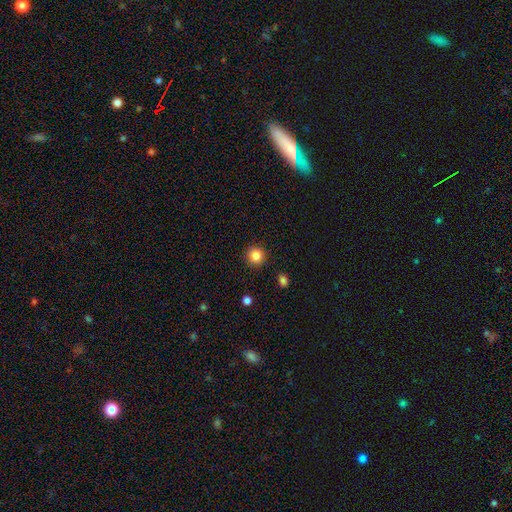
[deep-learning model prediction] smooth 85%, star or artifact 11%, featured or disk 5%. Down the decision tree: how rounded — round (94%); merging — none (92%).